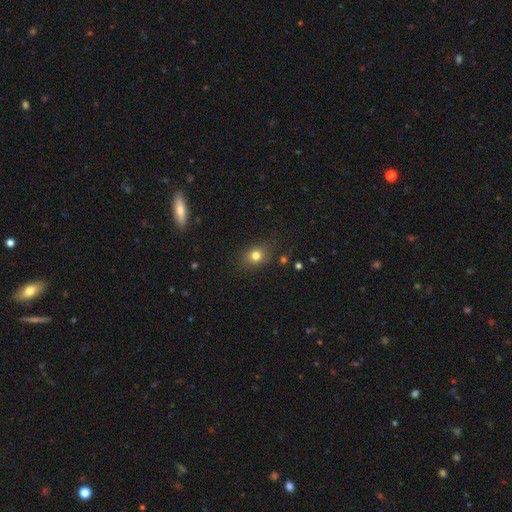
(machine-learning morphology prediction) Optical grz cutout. It shows a smooth galaxy with no disk features (77%) that is round (57%). Merging: none (83%).